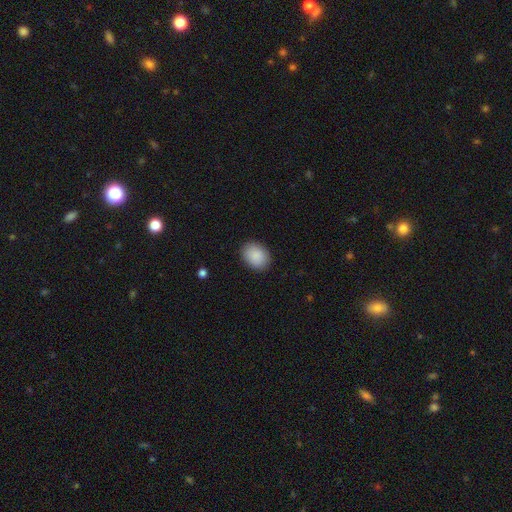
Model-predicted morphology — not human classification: smooth 90%, star or artifact 7%, featured or disk 3%. Down the decision tree: how rounded — in between (62%); merging — none (89%).